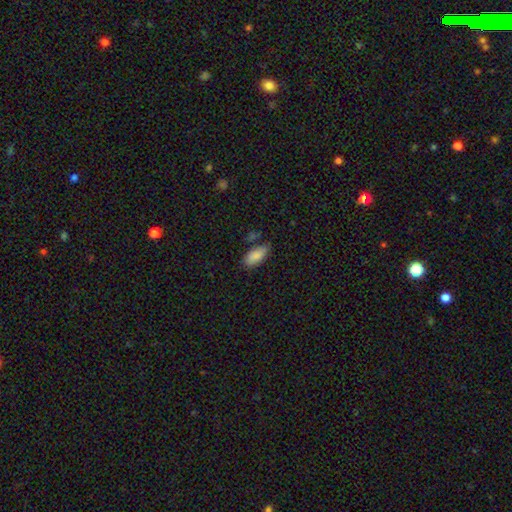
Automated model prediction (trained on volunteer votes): A smooth galaxy with no disk features (86%) that is in between round and cigar-shaped (89%). Merging: none (72%).